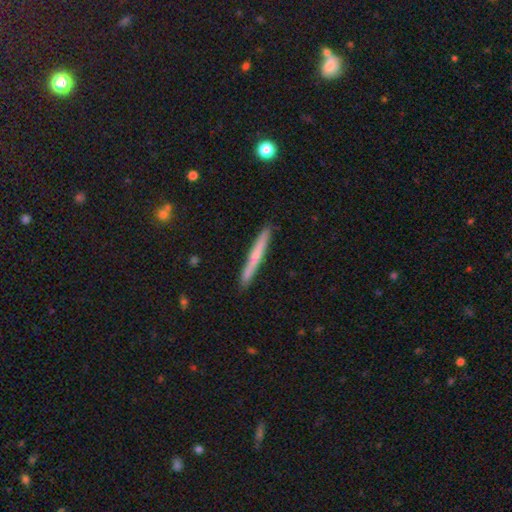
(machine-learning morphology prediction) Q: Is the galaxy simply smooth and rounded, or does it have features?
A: smooth — 49%.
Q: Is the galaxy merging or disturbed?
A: none — 89%.